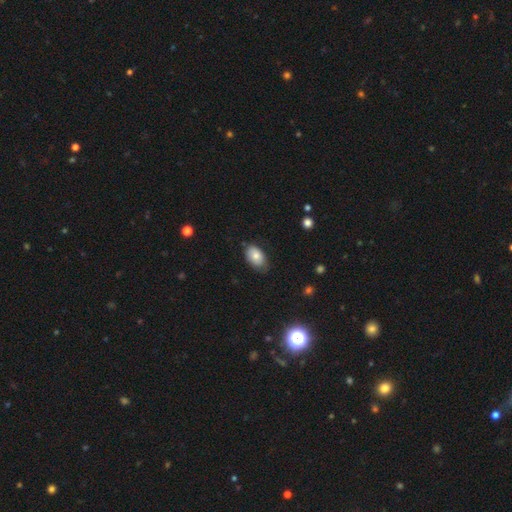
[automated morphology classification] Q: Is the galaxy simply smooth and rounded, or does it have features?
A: smooth — 79%.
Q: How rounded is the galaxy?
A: in between — 92%.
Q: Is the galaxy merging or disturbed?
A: none — 68%.